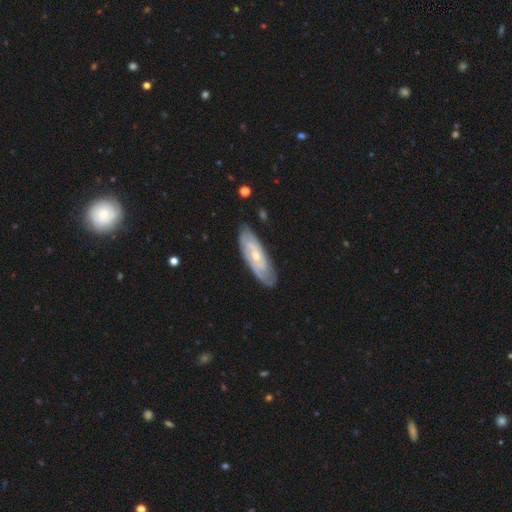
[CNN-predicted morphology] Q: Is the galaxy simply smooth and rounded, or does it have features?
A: featured or disk — 72%.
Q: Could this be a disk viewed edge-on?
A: no — 83%.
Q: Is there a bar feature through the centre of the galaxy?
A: no — 63%.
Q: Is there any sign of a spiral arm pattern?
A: yes — 88%.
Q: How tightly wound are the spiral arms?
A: tight — 63%.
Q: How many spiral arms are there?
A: can't tell — 49%.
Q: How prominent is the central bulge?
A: small — 56%.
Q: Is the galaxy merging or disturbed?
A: none — 80%.